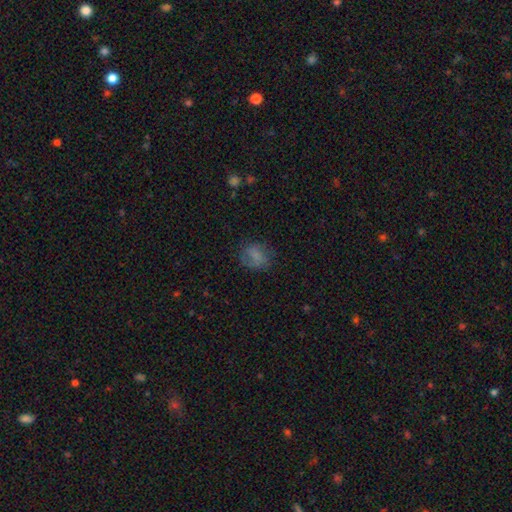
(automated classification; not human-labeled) Smooth or featured? Predicted: smooth (p=0.67). How rounded? Predicted: round (p=0.56). Merging? Predicted: none (p=0.68).